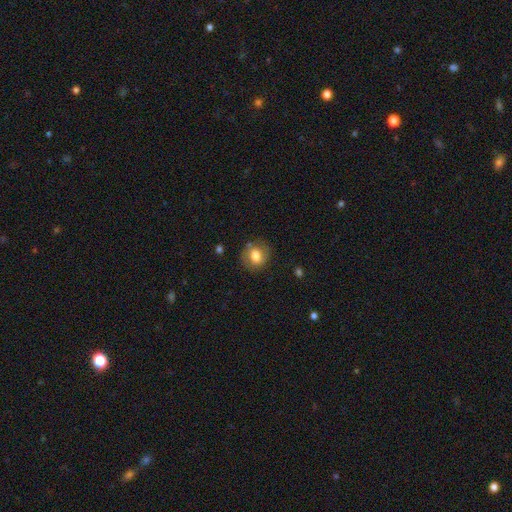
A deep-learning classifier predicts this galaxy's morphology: smooth_or_featured: smooth (p=0.73) [alt: featured or disk p=0.19]
how_rounded: round (p=0.69) [alt: in between p=0.30]
merging: none (p=0.78) [alt: minor disturbance p=0.15]